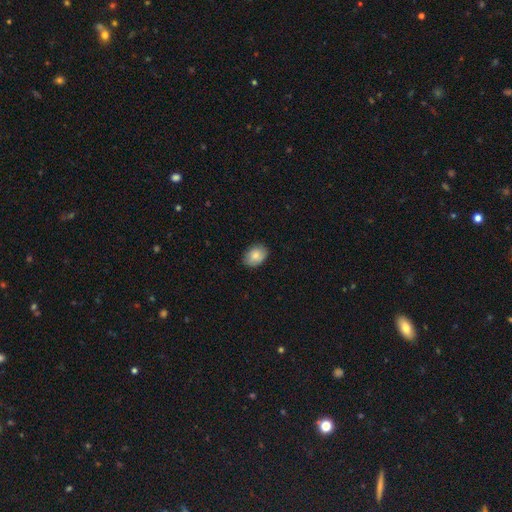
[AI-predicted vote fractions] Overall: smooth (83%). How rounded: in between (77%). Merging: none (83%).